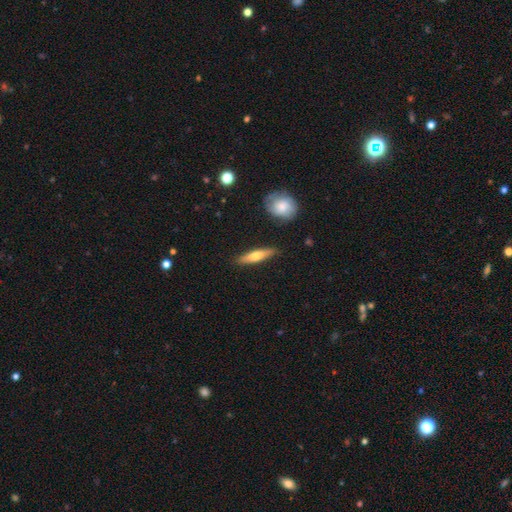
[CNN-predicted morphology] Smooth or featured: smooth — 60% (featured or disk — 35%)
How rounded: cigar-shaped — 76% (in between — 22%)
Merging: none — 85% (minor disturbance — 11%)